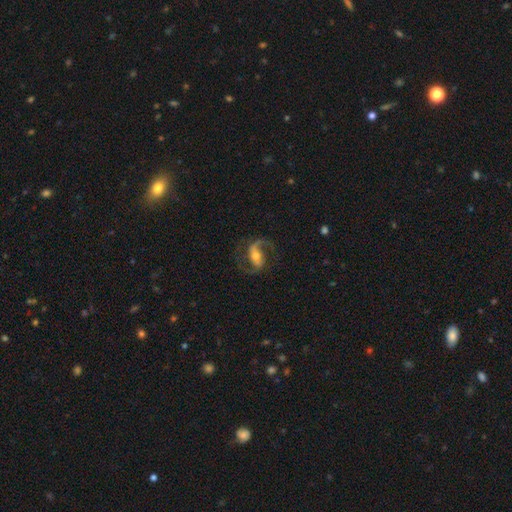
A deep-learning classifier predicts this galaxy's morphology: smooth-or-featured: featured or disk: 88% | smooth: 7% | star or artifact: 6%
  disk-edge-on: no: 97% | yes: 3%
    bar: strong: 43% | weak: 36% | no: 21%
    has-spiral-arms: yes: 96% | no: 4%
      spiral-winding: medium: 49% | loose: 41% | tight: 10%
      spiral-arm-count: 2: 91% | 1: 4% | can't tell: 2% | 3: 1% | 4: 1% | more than 4: 1%
    bulge-size: moderate: 59% | small: 32% | large: 6% | none: 2% | dominant: 1%
  merging: none: 77% | minor disturbance: 12% | major disturbance: 10% | merger: 1%